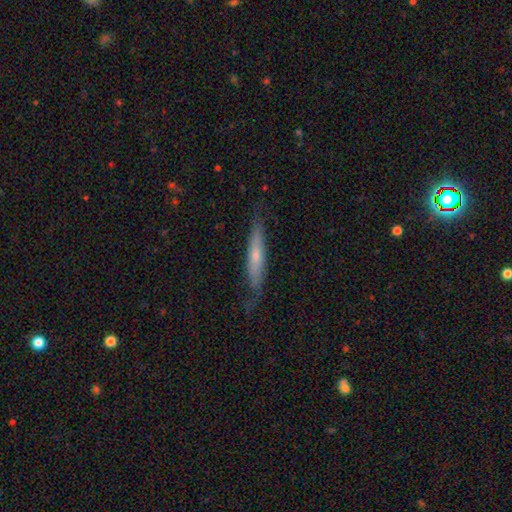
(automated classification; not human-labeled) This is possibly a featured or disk galaxy (49%). Merging: likely none (72%).